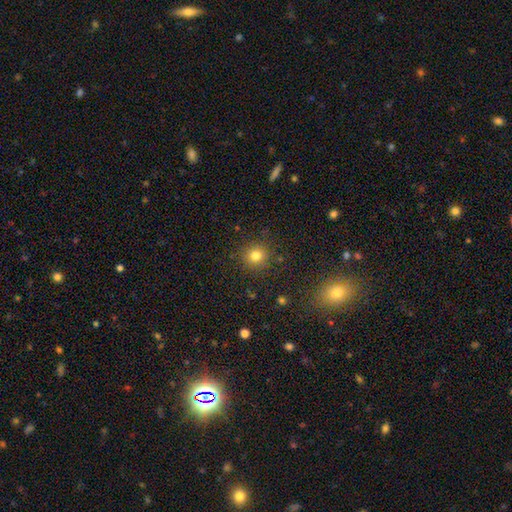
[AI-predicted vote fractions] Smooth or featured?
  - smooth: 80% *
  - star or artifact: 14%
  - featured or disk: 6%
How rounded?
  - round: 92% *
  - in between: 7%
  - cigar-shaped: 1%
Merging?
  - none: 88% *
  - minor disturbance: 8%
  - major disturbance: 3%
  - merger: 2%